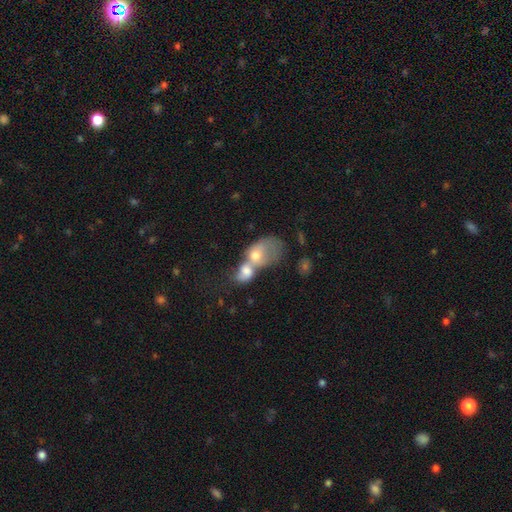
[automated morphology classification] A smooth galaxy with no disk features (54%) that is in between round and cigar-shaped (62%). Merging: merger (80%).